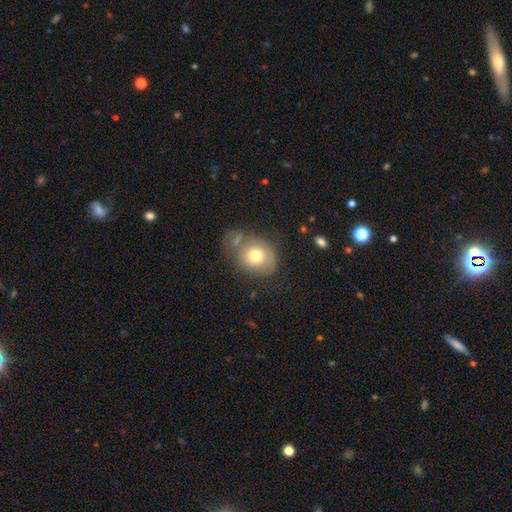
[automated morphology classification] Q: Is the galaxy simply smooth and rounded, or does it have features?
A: smooth — 73%.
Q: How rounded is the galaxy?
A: round — 62%.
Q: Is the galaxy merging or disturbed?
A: none — 48%.